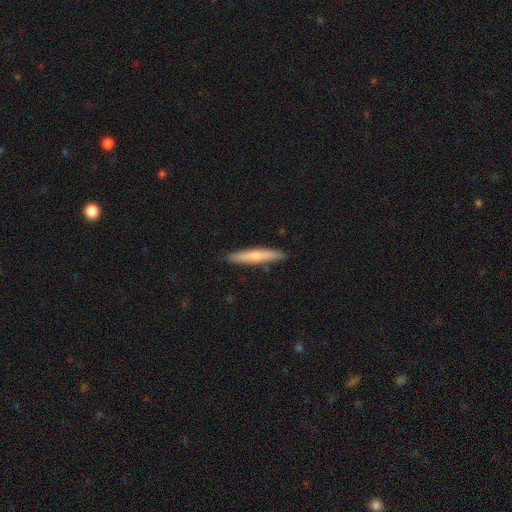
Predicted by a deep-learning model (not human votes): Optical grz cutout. It shows a smooth galaxy with no disk features (67%) that is cigar-shaped (92%). Merging: none (89%).